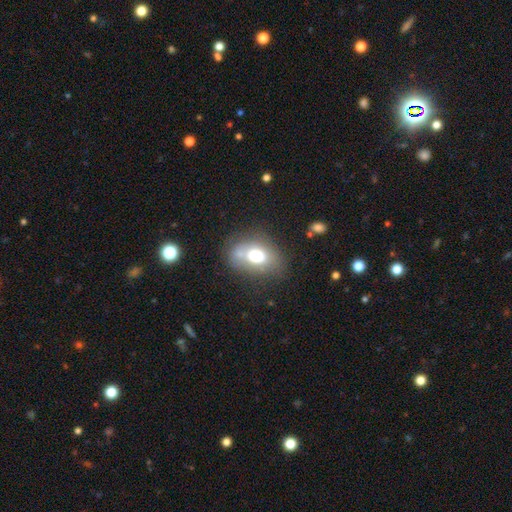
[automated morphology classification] Smooth or featured? Predicted: smooth (p=0.69). How rounded? Predicted: in between (p=0.77). Merging? Predicted: none (p=0.55).